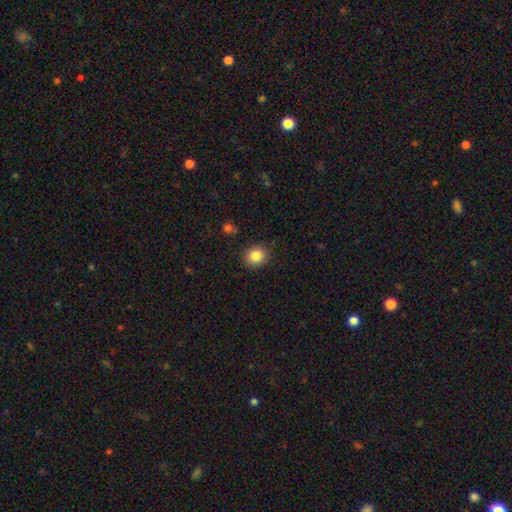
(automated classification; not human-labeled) Smooth or featured: smooth — 85% (star or artifact — 10%)
How rounded: round — 77% (in between — 22%)
Merging: none — 86% (minor disturbance — 10%)